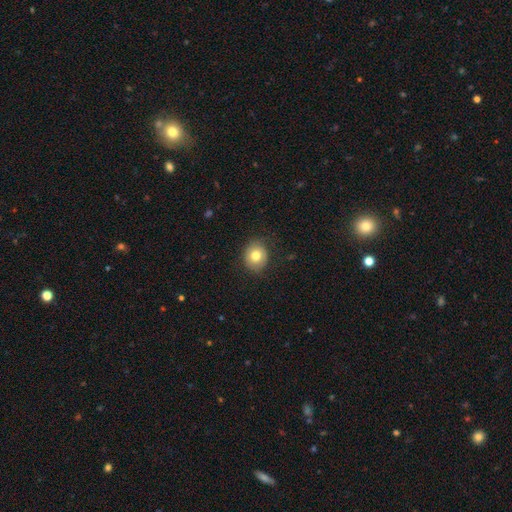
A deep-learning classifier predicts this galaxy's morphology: smooth-or-featured: smooth: 77% | featured or disk: 13% | star or artifact: 9%
  how-rounded: round: 75% | in between: 24% | cigar-shaped: 1%
  merging: none: 80% | minor disturbance: 15% | major disturbance: 4% | merger: 1%